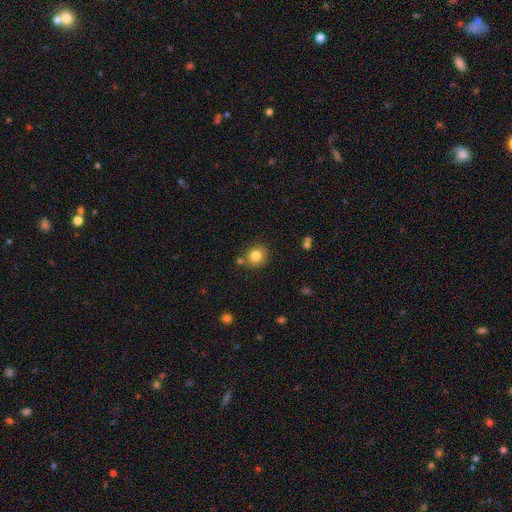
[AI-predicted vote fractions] Smooth or featured? smooth (82%)
How rounded? round (84%)
Merging? none (79%)